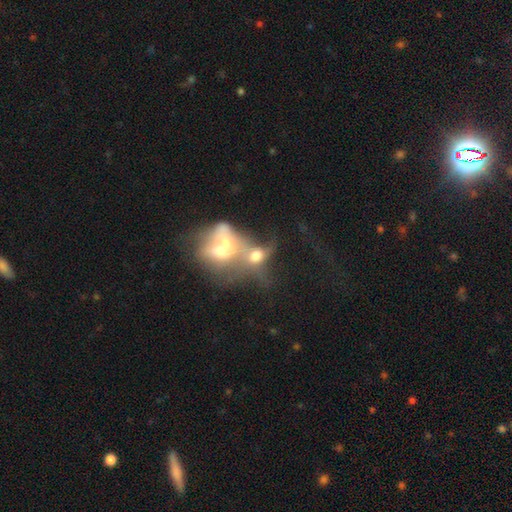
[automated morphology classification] Q: Smooth or featured?
A: smooth (47%); runner-up: featured or disk (38%)
Q: Merging?
A: merger (70%); runner-up: major disturbance (14%)